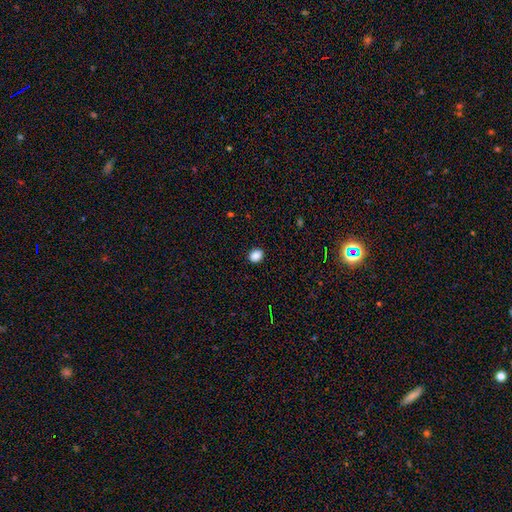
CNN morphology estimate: Smooth or featured? smooth (88%)
How rounded? in between (50%)
Merging? none (90%)